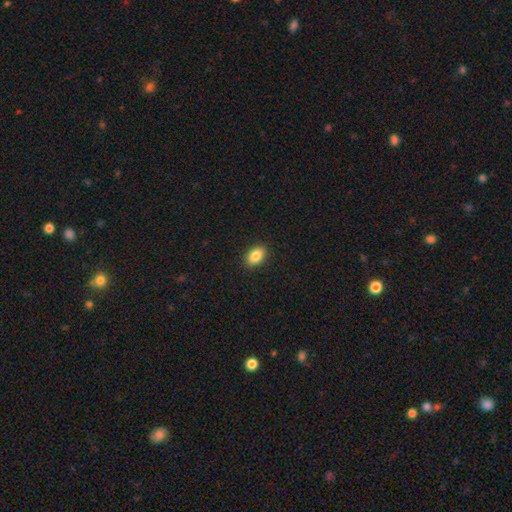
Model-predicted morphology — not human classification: type=smooth (86%); roundness=in between (89%); merging=none (90%).